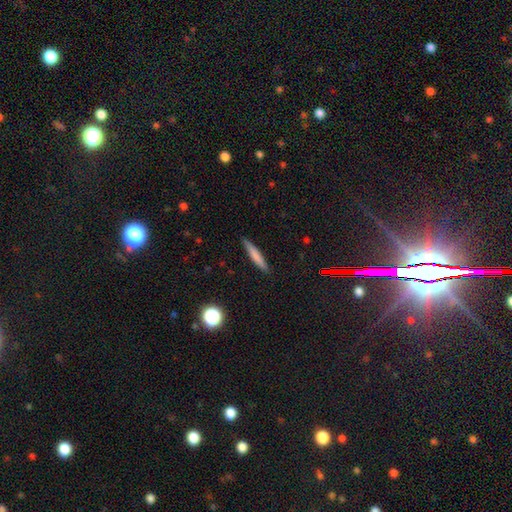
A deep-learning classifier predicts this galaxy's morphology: Q: Smooth or featured?
A: smooth (73%); runner-up: featured or disk (20%)
Q: How rounded?
A: cigar-shaped (92%); runner-up: in between (7%)
Q: Merging?
A: none (88%); runner-up: minor disturbance (9%)